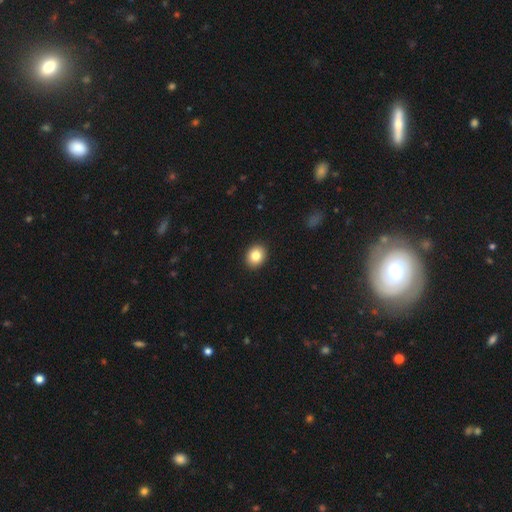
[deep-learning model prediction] The model was most divided on "how rounded": round: 56%, in between: 44%, cigar-shaped: 1%. More confident: merging — none (92%); smooth or featured — smooth (83%).